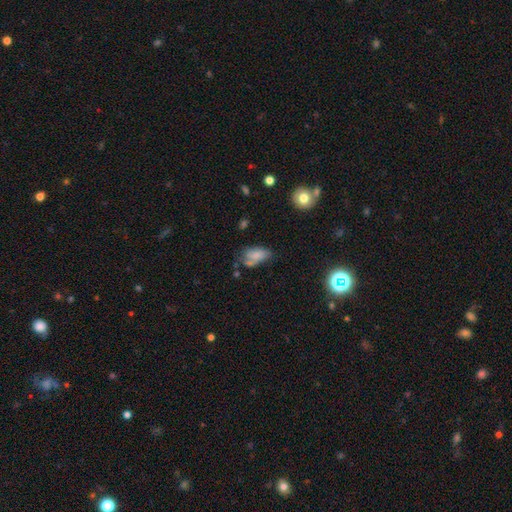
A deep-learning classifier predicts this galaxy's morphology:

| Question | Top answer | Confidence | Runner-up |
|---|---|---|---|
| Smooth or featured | smooth | 67% | featured or disk (22%) |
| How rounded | in between | 90% | round (6%) |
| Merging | none | 35% | minor disturbance (31%) |